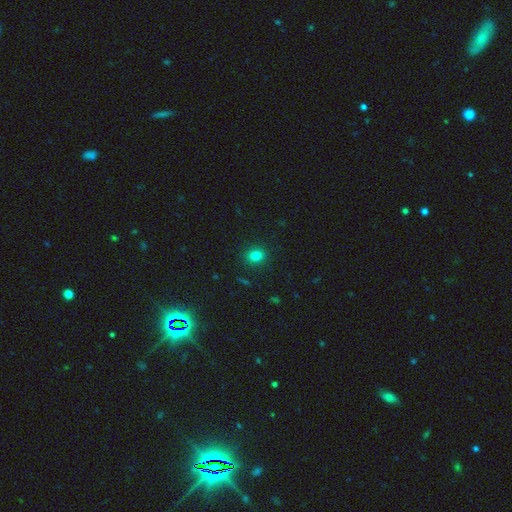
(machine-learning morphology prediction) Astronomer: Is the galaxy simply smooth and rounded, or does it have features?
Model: smooth — 80%.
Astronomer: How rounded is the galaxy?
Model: round — 67%.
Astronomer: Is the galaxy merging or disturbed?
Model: none — 90%.